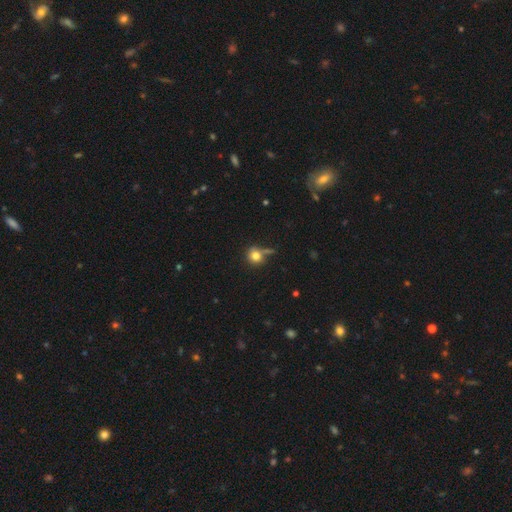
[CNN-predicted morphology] smooth_or_featured: smooth (p=0.79) [alt: star or artifact p=0.11]
how_rounded: round (p=0.85) [alt: in between p=0.14]
merging: none (p=0.59) [alt: minor disturbance p=0.18]